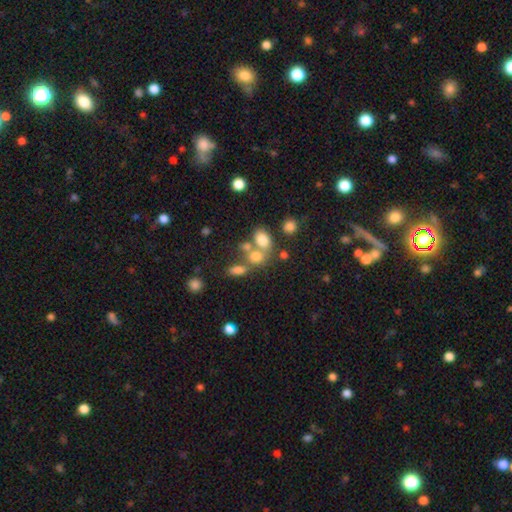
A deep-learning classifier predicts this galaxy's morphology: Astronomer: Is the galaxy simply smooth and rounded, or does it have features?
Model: smooth — 51% (runner-up: star or artifact, 28%).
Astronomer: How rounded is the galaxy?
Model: round — 59% (runner-up: in between, 38%).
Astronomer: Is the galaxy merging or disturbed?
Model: merger — 46% (runner-up: none, 39%).